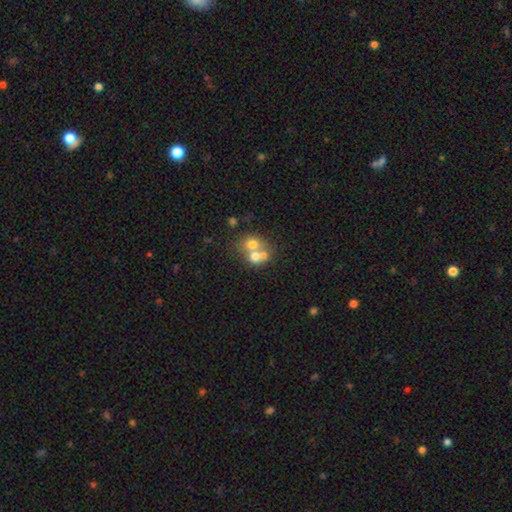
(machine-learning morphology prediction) smooth-or-featured: smooth: 60% | featured or disk: 27% | star or artifact: 12%
  how-rounded: round: 70% | in between: 29% | cigar-shaped: 1%
  merging: merger: 64% | none: 27% | minor disturbance: 6% | major disturbance: 4%